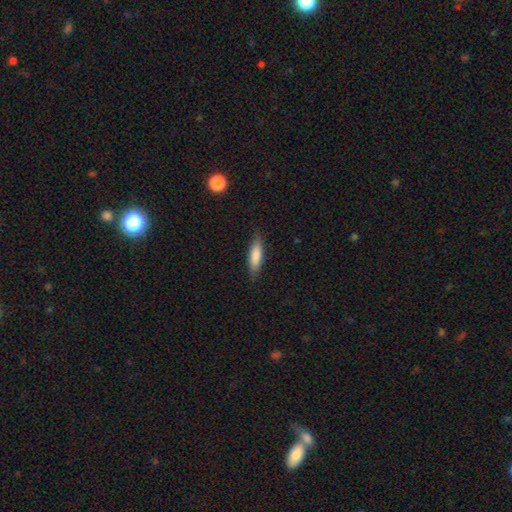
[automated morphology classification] This is clearly a smooth galaxy (82%). How rounded: possibly cigar-shaped (59%). Merging: clearly none (84%).